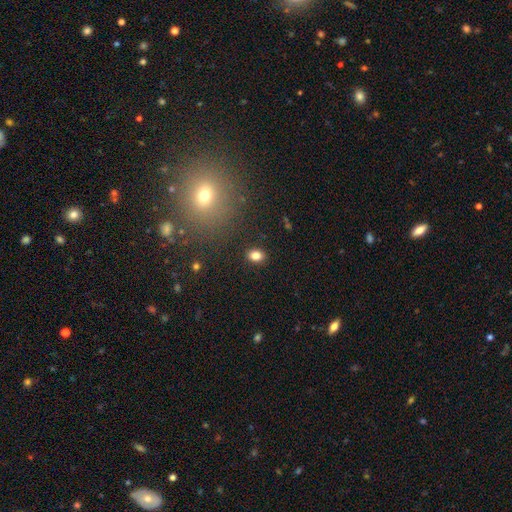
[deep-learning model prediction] A smooth galaxy with no disk features (82%) that is in between round and cigar-shaped (66%).

Vote fractions:
- Smooth or featured? smooth: 82% / star or artifact: 11% / featured or disk: 6%
- How rounded? in between: 66% / round: 33% / cigar-shaped: 1%
- Merging? none: 88% / minor disturbance: 8% / major disturbance: 2% / merger: 2%